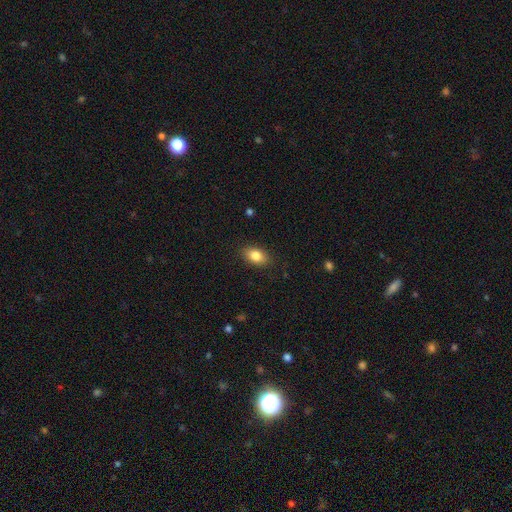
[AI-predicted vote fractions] Overall: smooth (84%). How rounded: in between (88%). Merging: none (87%).